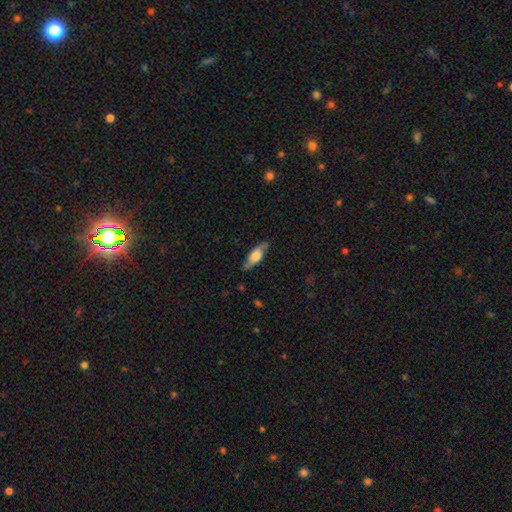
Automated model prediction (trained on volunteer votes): The model was most divided on "smooth or featured": smooth: 51%, featured or disk: 43%, star or artifact: 6%. More confident: merging — none (80%); how rounded — in between (58%).